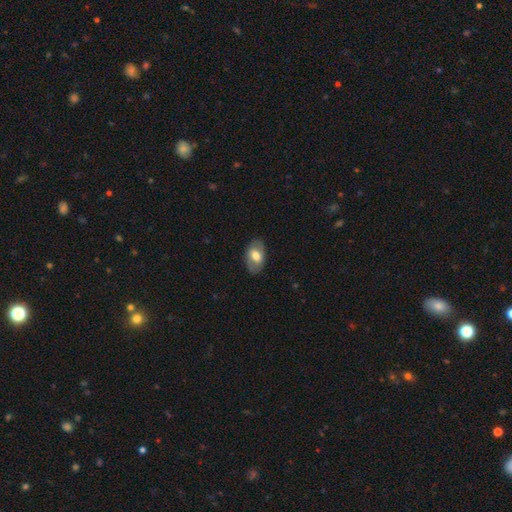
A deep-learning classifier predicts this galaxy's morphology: Smooth or featured? Predicted: smooth (p=0.63). How rounded? Predicted: in between (p=0.90). Merging? Predicted: none (p=0.81).